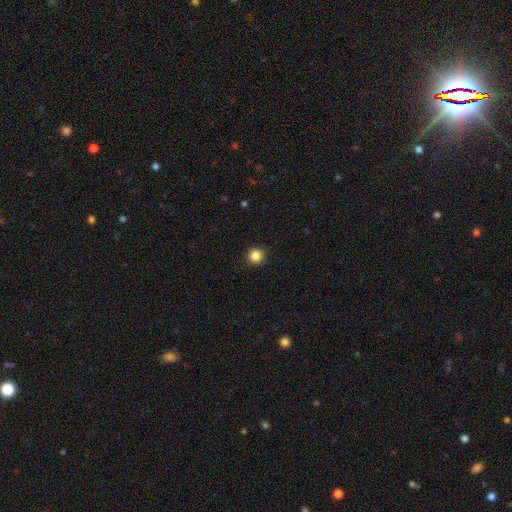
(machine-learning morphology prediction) Smooth or featured?
  - smooth: 86% *
  - star or artifact: 11%
  - featured or disk: 3%
How rounded?
  - round: 94% *
  - in between: 5%
  - cigar-shaped: 1%
Merging?
  - none: 91% *
  - minor disturbance: 6%
  - major disturbance: 2%
  - merger: 1%